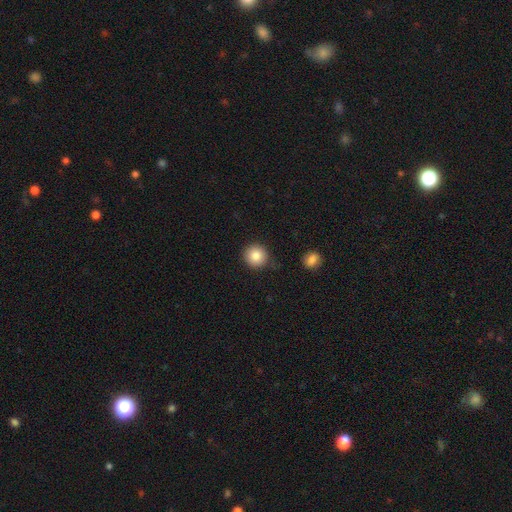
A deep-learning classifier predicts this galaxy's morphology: Smooth or featured? Predicted: smooth (p=0.85). How rounded? Predicted: round (p=0.94). Merging? Predicted: none (p=0.85).